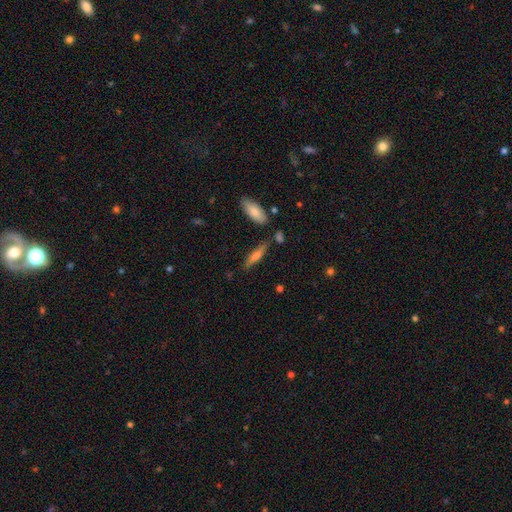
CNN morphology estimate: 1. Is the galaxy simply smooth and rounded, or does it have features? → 59% smooth, 33% featured or disk, 8% star or artifact.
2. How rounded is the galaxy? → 77% cigar-shaped, 21% in between, 2% round.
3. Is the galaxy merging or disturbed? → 76% none, 14% minor disturbance, 7% merger, 3% major disturbance.